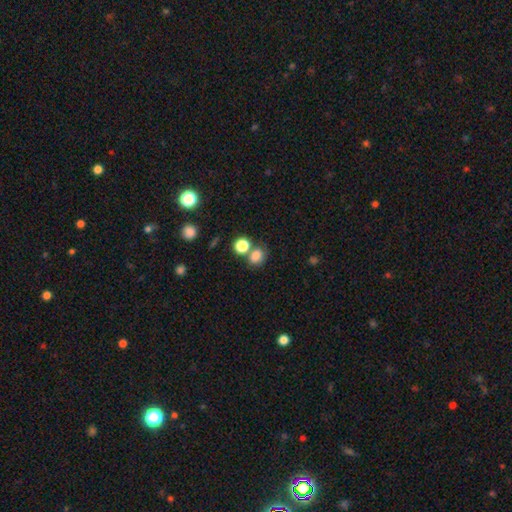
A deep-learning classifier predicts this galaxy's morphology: Q: Smooth or featured?
A: smooth (80%); runner-up: star or artifact (14%)
Q: How rounded?
A: in between (52%); runner-up: round (47%)
Q: Merging?
A: none (53%); runner-up: merger (29%)